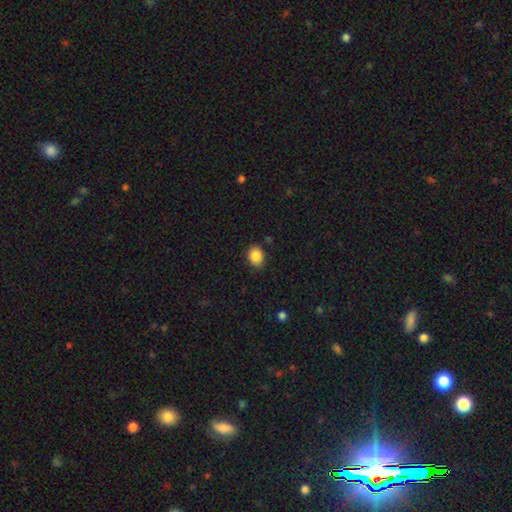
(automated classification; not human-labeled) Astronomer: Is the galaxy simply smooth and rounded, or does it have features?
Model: smooth — 87%.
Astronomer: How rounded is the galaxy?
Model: round — 54% (runner-up: in between, 45%).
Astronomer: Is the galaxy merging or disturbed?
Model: none — 84%.